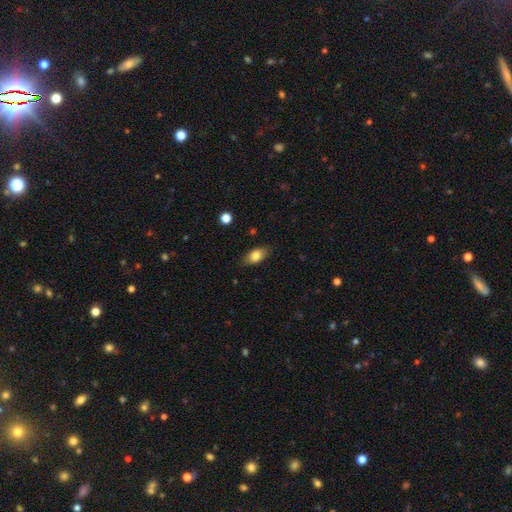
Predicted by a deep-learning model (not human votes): Morphology: type=smooth (81%); roundness=in between (88%); merging=none (83%).